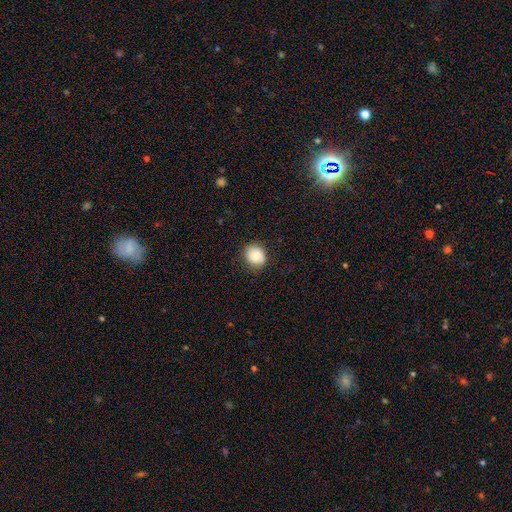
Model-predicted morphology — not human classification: This is clearly a smooth galaxy (81%). How rounded: likely round (66%). Merging: clearly none (82%).